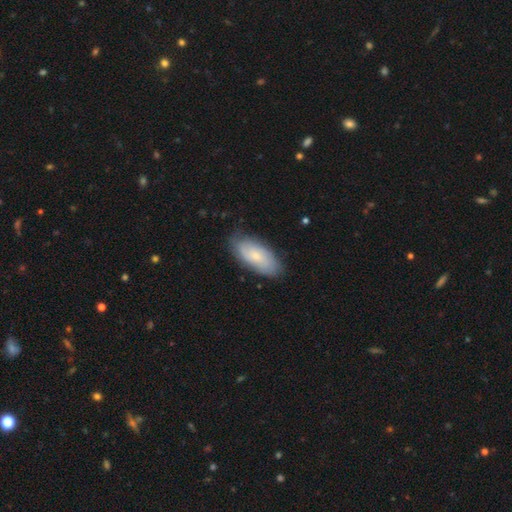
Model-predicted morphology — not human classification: A smooth galaxy with no disk features (61%) that is in between round and cigar-shaped (89%).

Vote fractions:
- Smooth or featured? smooth: 61% / featured or disk: 33% / star or artifact: 6%
- How rounded? in between: 89% / cigar-shaped: 9% / round: 2%
- Merging? none: 78% / minor disturbance: 17% / major disturbance: 4% / merger: 1%